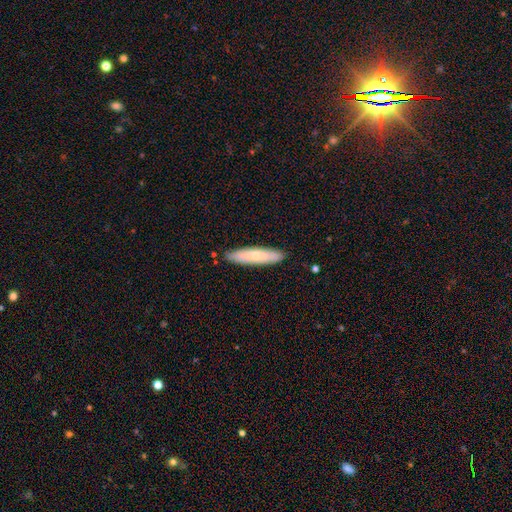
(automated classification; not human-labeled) smooth_or_featured: smooth (p=0.69) [alt: featured or disk p=0.25]
how_rounded: cigar-shaped (p=0.82) [alt: in between p=0.17]
merging: none (p=0.88) [alt: minor disturbance p=0.09]